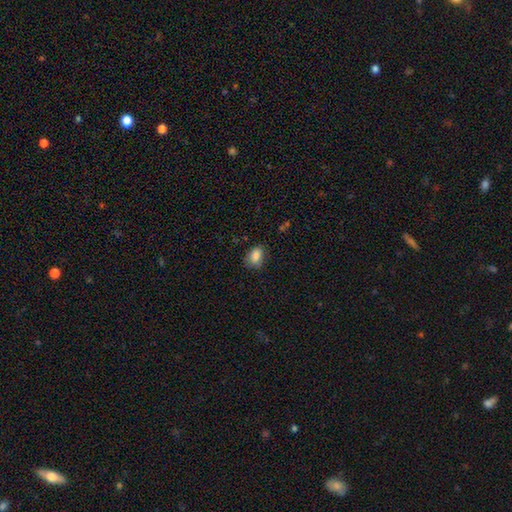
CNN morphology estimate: smooth 86%, star or artifact 9%, featured or disk 5%. Down the decision tree: how rounded — in between (77%); merging — none (73%).